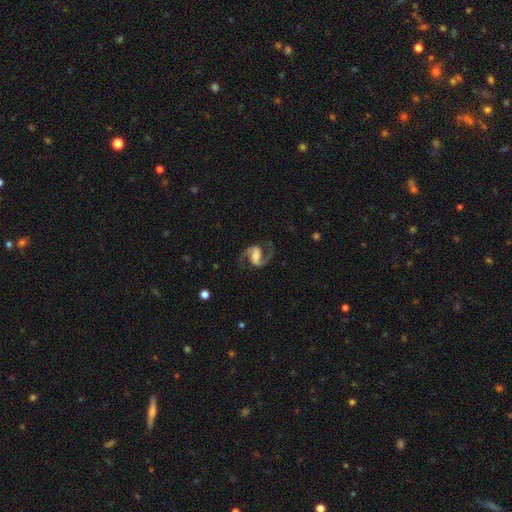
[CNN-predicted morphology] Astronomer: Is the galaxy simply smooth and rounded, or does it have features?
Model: featured or disk — 89%.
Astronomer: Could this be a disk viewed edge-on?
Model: no — 98%.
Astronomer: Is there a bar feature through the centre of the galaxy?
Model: weak — 41% (runner-up: strong, 40%).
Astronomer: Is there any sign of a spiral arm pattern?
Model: yes — 97%.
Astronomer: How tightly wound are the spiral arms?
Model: medium — 58%.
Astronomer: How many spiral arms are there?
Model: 2 — 93%.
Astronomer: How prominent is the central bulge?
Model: moderate — 41% (runner-up: small, 26%).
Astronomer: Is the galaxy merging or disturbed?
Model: none — 77%.